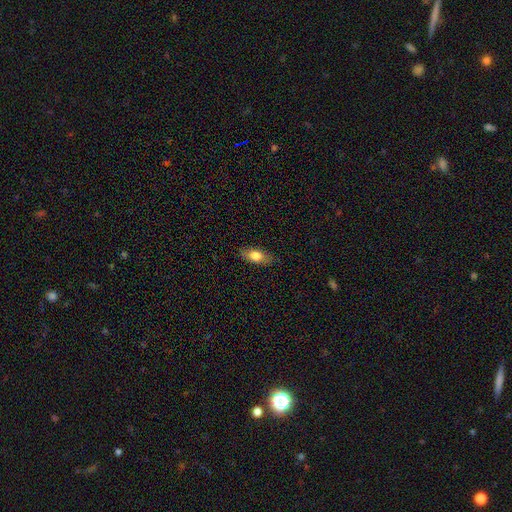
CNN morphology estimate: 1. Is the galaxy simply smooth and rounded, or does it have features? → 75% smooth, 19% featured or disk, 7% star or artifact.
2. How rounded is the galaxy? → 83% in between, 14% cigar-shaped, 4% round.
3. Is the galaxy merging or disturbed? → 85% none, 11% minor disturbance, 2% major disturbance, 1% merger.